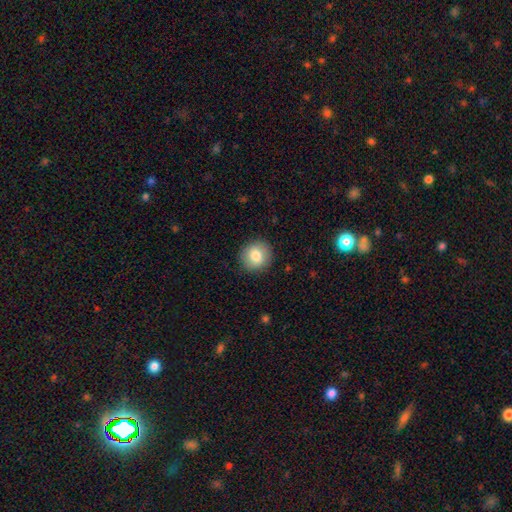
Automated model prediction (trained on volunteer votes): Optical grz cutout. It shows a smooth galaxy with no disk features (82%) that is round (85%). Merging: none (89%).